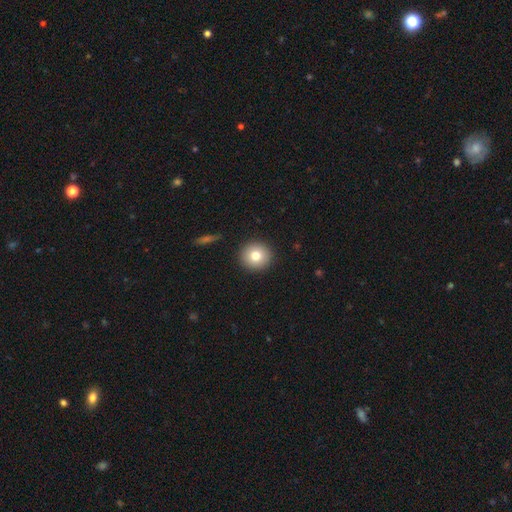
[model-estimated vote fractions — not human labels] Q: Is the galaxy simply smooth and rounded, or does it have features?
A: smooth — 78%.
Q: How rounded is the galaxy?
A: round — 92%.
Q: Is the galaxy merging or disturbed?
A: none — 92%.